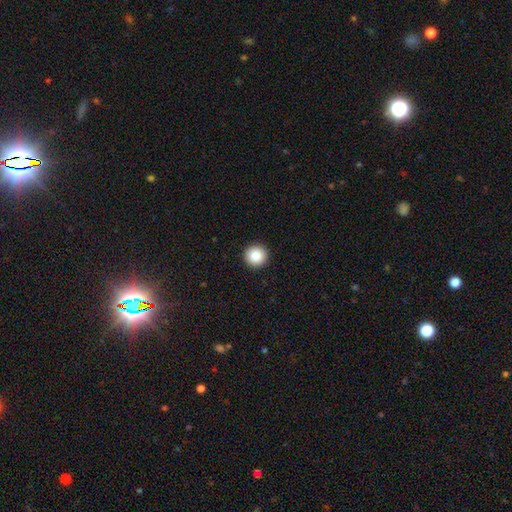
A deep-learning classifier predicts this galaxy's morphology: Smooth or featured? Predicted: smooth (p=0.87). How rounded? Predicted: round (p=0.96). Merging? Predicted: none (p=0.94).